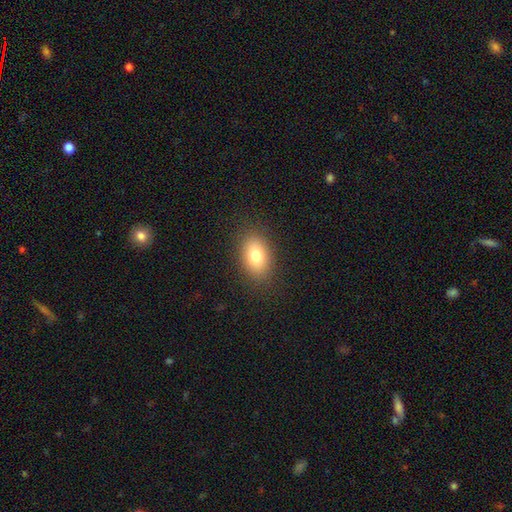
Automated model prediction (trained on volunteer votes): Smooth or featured: smooth — 79% (featured or disk — 11%)
How rounded: in between — 85% (round — 13%)
Merging: none — 87% (minor disturbance — 9%)